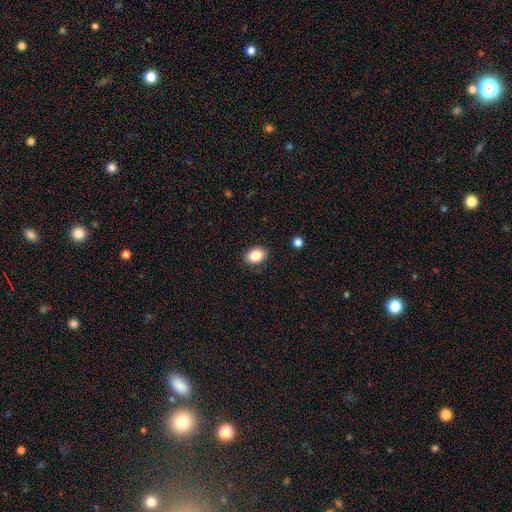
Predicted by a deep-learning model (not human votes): A smooth galaxy with no disk features (86%) that is in between round and cigar-shaped (71%).

Vote fractions:
- Smooth or featured? smooth: 86% / star or artifact: 9% / featured or disk: 6%
- How rounded? in between: 71% / round: 28% / cigar-shaped: 1%
- Merging? none: 89% / minor disturbance: 8% / major disturbance: 2% / merger: 1%